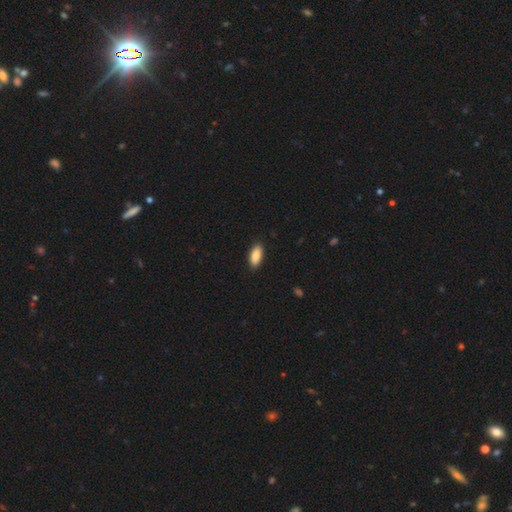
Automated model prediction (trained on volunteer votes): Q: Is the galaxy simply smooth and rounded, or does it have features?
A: smooth — 88%.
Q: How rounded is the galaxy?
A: in between — 87%.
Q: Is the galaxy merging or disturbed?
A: none — 89%.